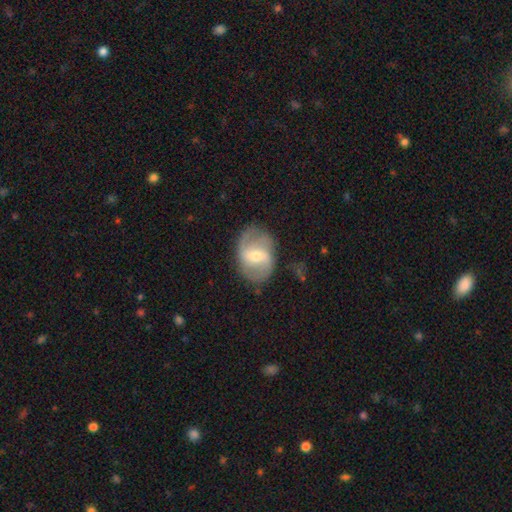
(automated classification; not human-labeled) Q: Smooth or featured?
A: featured or disk (74%); runner-up: smooth (20%)
Q: Edge-on disk?
A: no (96%); runner-up: yes (4%)
Q: Bar?
A: weak (48%); runner-up: strong (34%)
Q: Spiral arms?
A: yes (85%); runner-up: no (15%)
Q: Spiral winding?
A: medium (44%); runner-up: loose (37%)
Q: Spiral arm count?
A: 2 (78%); runner-up: can't tell (11%)
Q: Bulge size?
A: small (49%); runner-up: moderate (46%)
Q: Merging?
A: none (74%); runner-up: minor disturbance (17%)